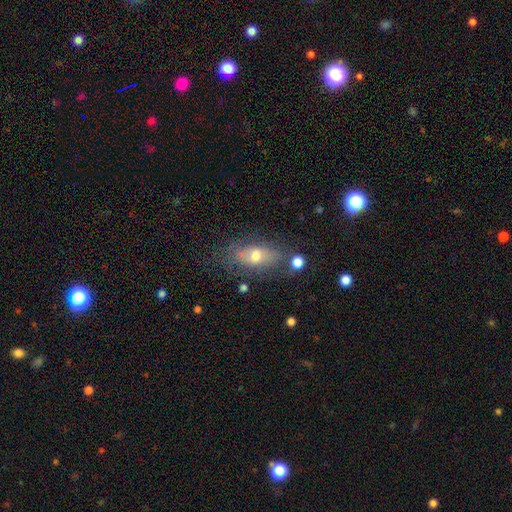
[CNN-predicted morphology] smooth_or_featured: smooth (p=0.55) [alt: featured or disk p=0.35]
how_rounded: in between (p=0.79) [alt: cigar-shaped p=0.13]
merging: none (p=0.59) [alt: minor disturbance p=0.22]